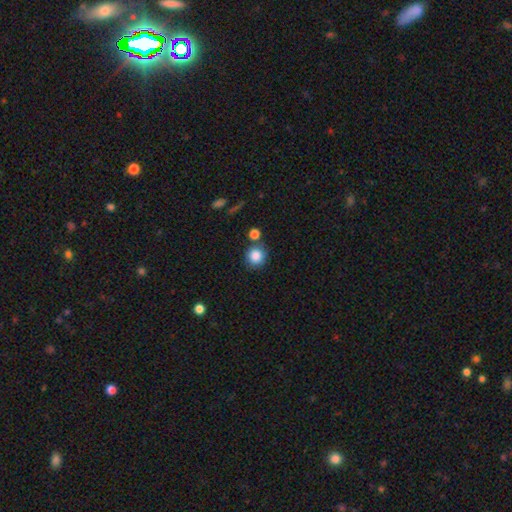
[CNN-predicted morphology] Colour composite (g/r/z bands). It shows a smooth galaxy with no disk features (85%) that is round (89%). Merging: none (73%).